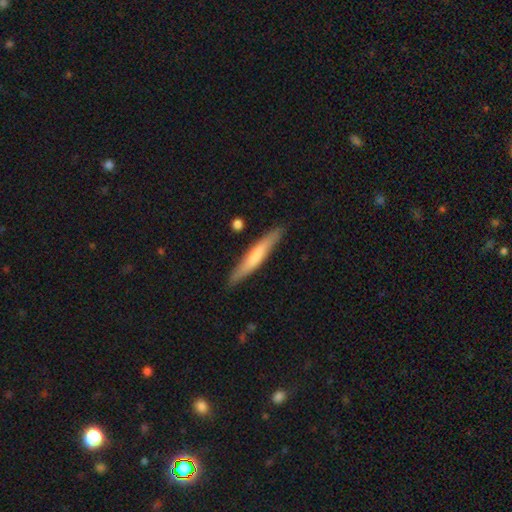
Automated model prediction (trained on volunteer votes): This appears to be a smooth galaxy with no disk features (59%) that is cigar-shaped (94%). Merging: none (86%).